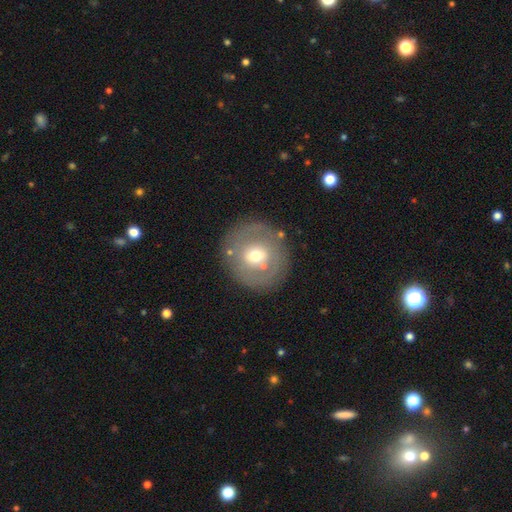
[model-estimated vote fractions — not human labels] The model was most divided on "smooth or featured": smooth: 49%, featured or disk: 42%, star or artifact: 9%. More confident: merging — none (80%).